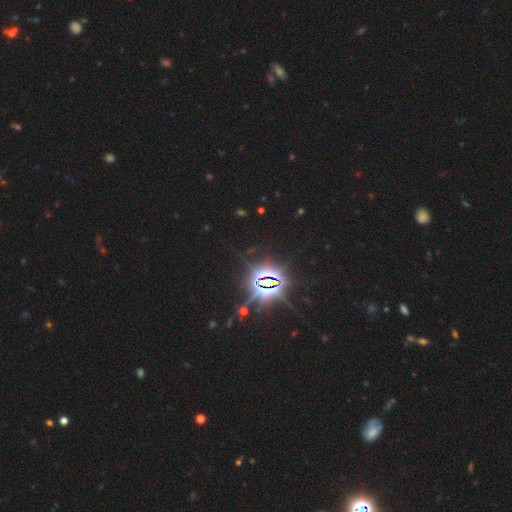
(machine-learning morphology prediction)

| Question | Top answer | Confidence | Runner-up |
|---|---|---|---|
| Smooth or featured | star or artifact | 84% | smooth (10%) |